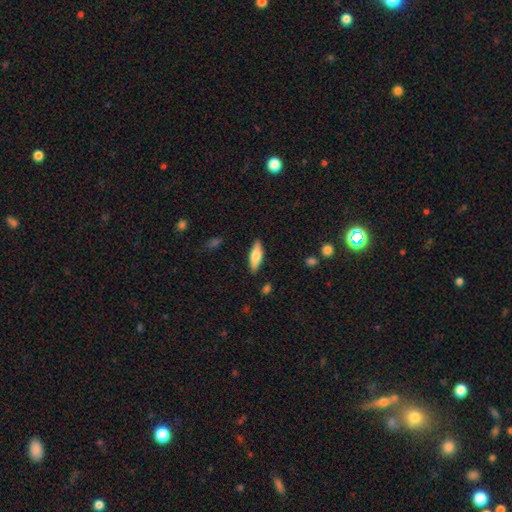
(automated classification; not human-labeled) smooth_or_featured: smooth (p=0.63) [alt: featured or disk p=0.31]
how_rounded: in between (p=0.52) [alt: cigar-shaped p=0.46]
merging: none (p=0.87) [alt: minor disturbance p=0.09]